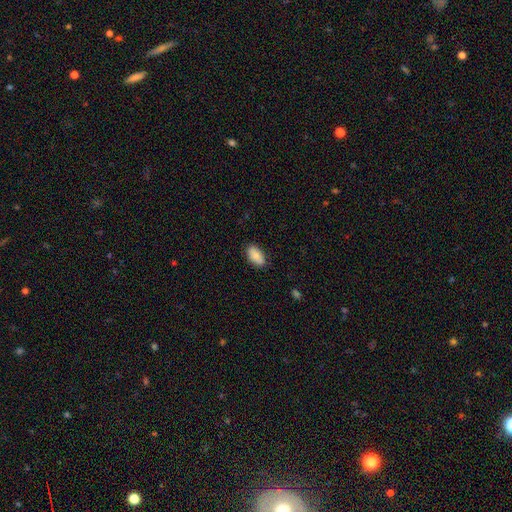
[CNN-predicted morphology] smooth-or-featured: smooth: 83% | featured or disk: 10% | star or artifact: 7%
  how-rounded: in between: 94% | round: 4% | cigar-shaped: 2%
  merging: none: 83% | minor disturbance: 13% | major disturbance: 2% | merger: 1%